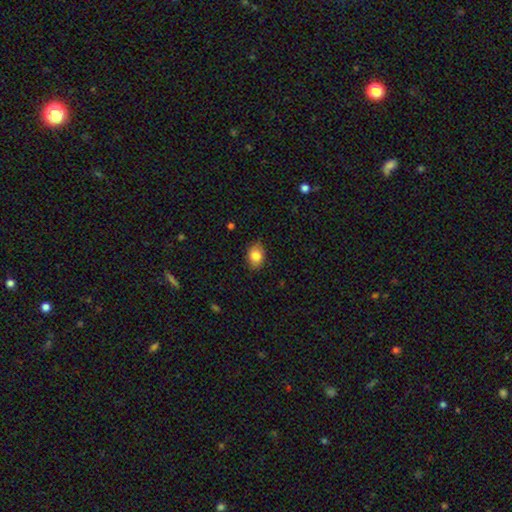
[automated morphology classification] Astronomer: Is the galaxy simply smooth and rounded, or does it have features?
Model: smooth — 84%.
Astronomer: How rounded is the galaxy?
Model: in between — 74%.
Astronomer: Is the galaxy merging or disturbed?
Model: none — 84%.